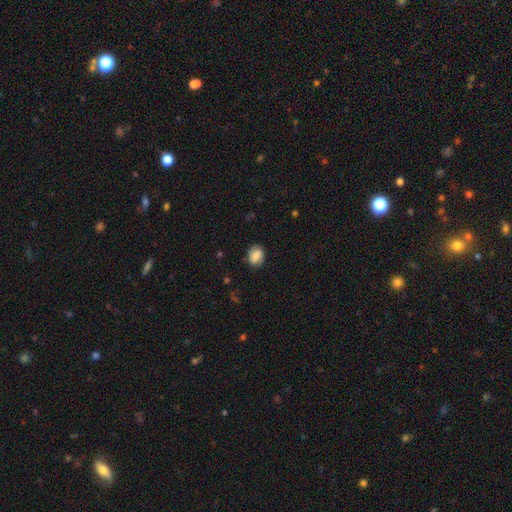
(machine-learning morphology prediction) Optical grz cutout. It shows a smooth galaxy with no disk features (71%) that is in between round and cigar-shaped (63%). Merging: none (78%).